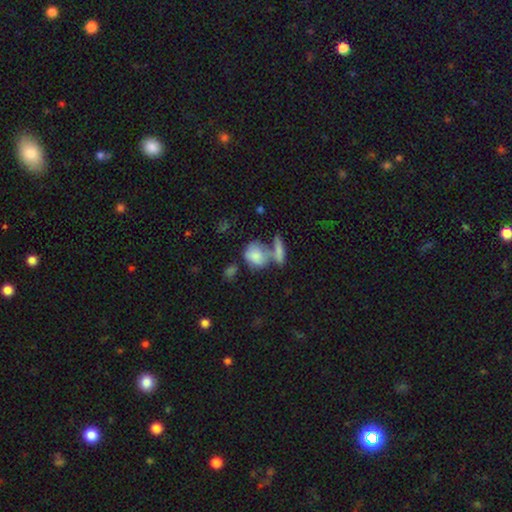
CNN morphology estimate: smooth 74%, featured or disk 17%, star or artifact 9%. Down the decision tree: how rounded — in between (53%); merging — merger (41%).